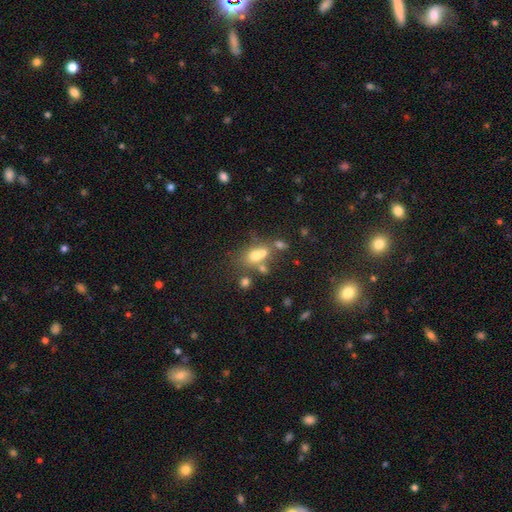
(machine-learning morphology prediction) Smooth or featured? Predicted: smooth (p=0.62). How rounded? Predicted: round (p=0.52). Merging? Predicted: merger (p=0.45).